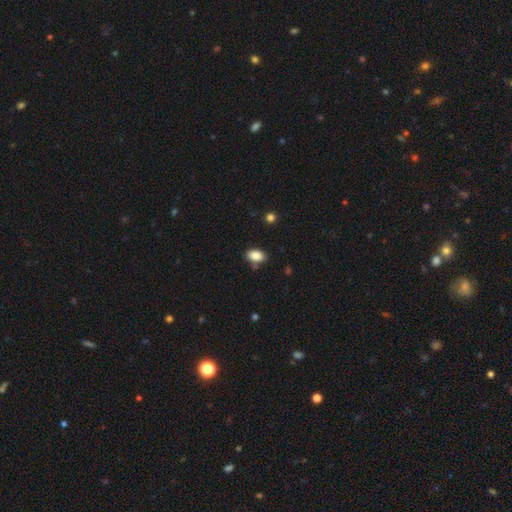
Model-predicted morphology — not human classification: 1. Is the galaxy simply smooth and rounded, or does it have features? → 86% smooth, 8% star or artifact, 5% featured or disk.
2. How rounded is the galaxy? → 90% in between, 9% round, 2% cigar-shaped.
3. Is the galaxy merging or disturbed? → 80% none, 12% minor disturbance, 5% merger, 3% major disturbance.